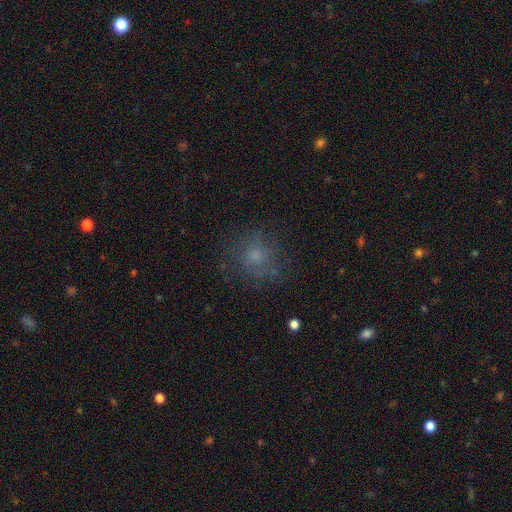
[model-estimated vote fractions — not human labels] Smooth or featured?
  - smooth: 55% *
  - featured or disk: 29%
  - star or artifact: 16%
How rounded?
  - round: 83% *
  - in between: 16%
  - cigar-shaped: 1%
Merging?
  - none: 70% *
  - minor disturbance: 17%
  - major disturbance: 11%
  - merger: 2%